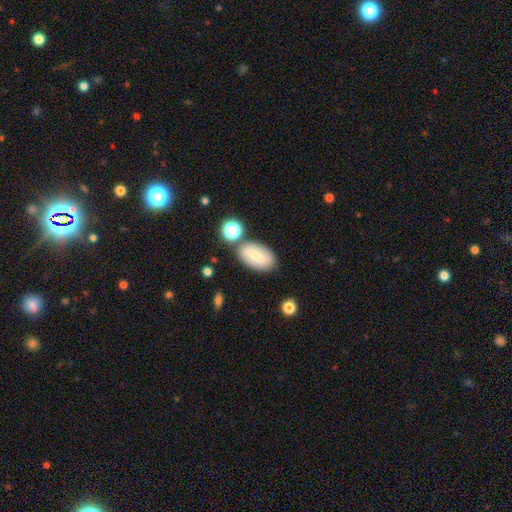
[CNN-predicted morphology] Smooth or featured?
  - smooth: 57% *
  - featured or disk: 34%
  - star or artifact: 9%
How rounded?
  - in between: 90% *
  - round: 6%
  - cigar-shaped: 4%
Merging?
  - none: 73% *
  - minor disturbance: 13%
  - merger: 10%
  - major disturbance: 4%